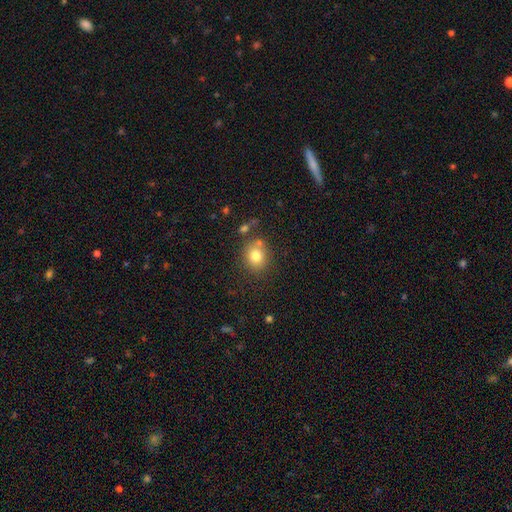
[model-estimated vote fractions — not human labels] The model was most divided on "how rounded": round: 72%, in between: 27%, cigar-shaped: 1%. More confident: smooth or featured — smooth (79%); merging — none (72%).